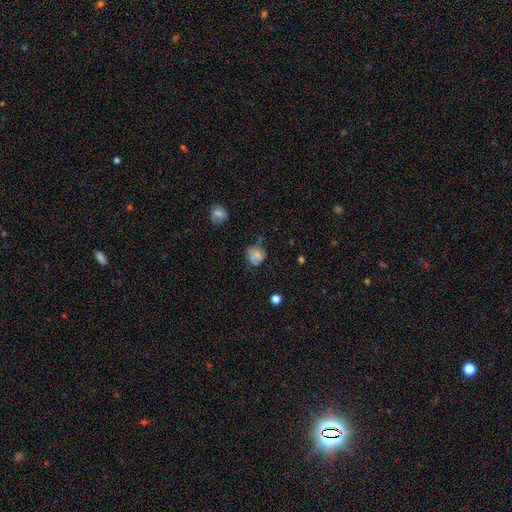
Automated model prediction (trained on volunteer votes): Morphology: type=smooth (61%); roundness=round (71%); merging=none (52%).